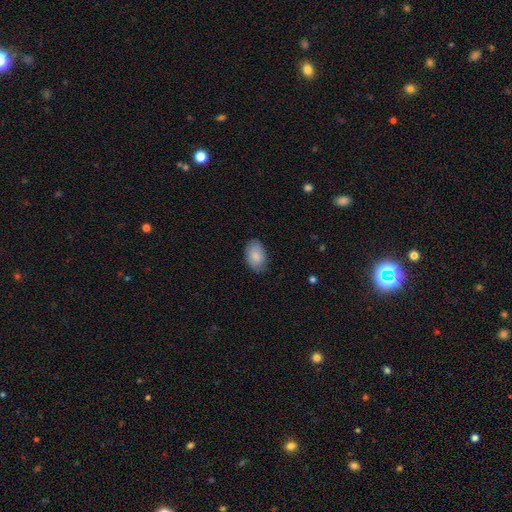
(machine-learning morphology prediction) The model was most divided on "merging": none: 81%, minor disturbance: 15%, major disturbance: 3%, merger: 1%. More confident: how rounded — in between (91%); smooth or featured — smooth (86%).